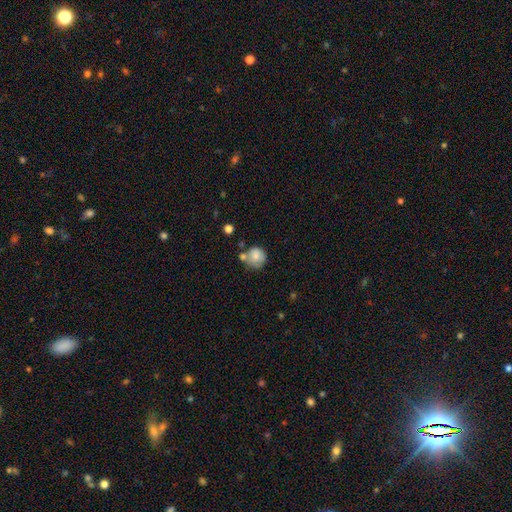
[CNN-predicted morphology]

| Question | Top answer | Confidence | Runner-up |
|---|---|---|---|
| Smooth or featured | smooth | 77% | featured or disk (15%) |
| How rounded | round | 87% | in between (12%) |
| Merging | none | 51% | merger (23%) |